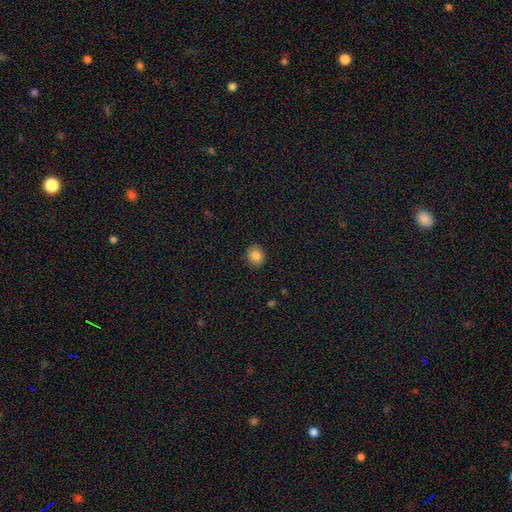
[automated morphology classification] Q: Smooth or featured?
A: smooth (85%); runner-up: star or artifact (10%)
Q: How rounded?
A: round (72%); runner-up: in between (27%)
Q: Merging?
A: none (89%); runner-up: minor disturbance (8%)